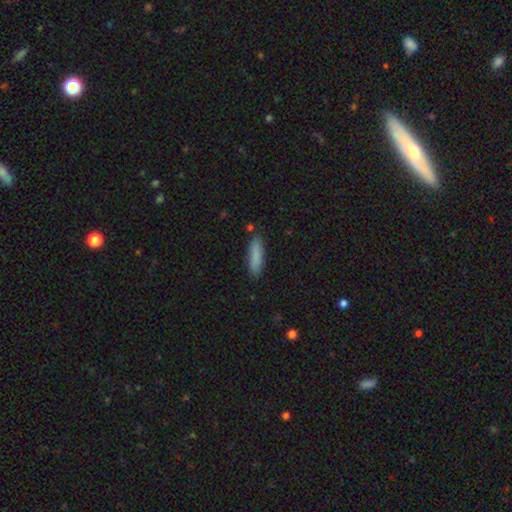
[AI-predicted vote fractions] Morphology: type=smooth (86%); roundness=cigar-shaped (70%); merging=none (84%).